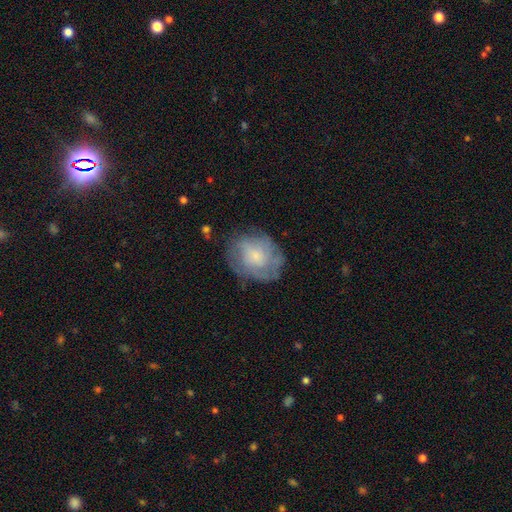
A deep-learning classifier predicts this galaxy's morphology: A featured or disk galaxy (47%).

Vote fractions:
- Smooth or featured? featured or disk: 47% / smooth: 45% / star or artifact: 8%
- Merging? none: 66% / minor disturbance: 22% / major disturbance: 11% / merger: 2%